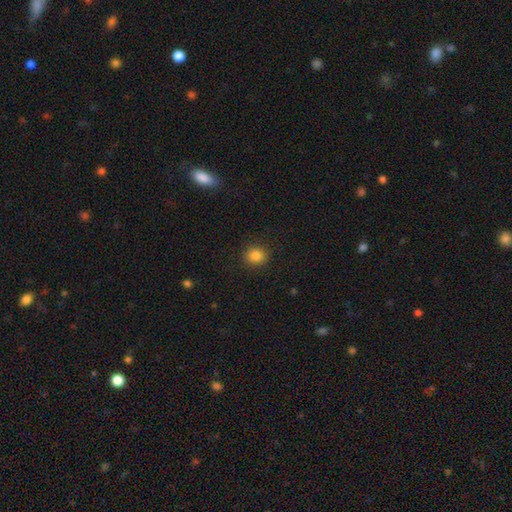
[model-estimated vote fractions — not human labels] Smooth or featured: smooth — 84% (star or artifact — 11%)
How rounded: round — 79% (in between — 20%)
Merging: none — 90% (minor disturbance — 7%)